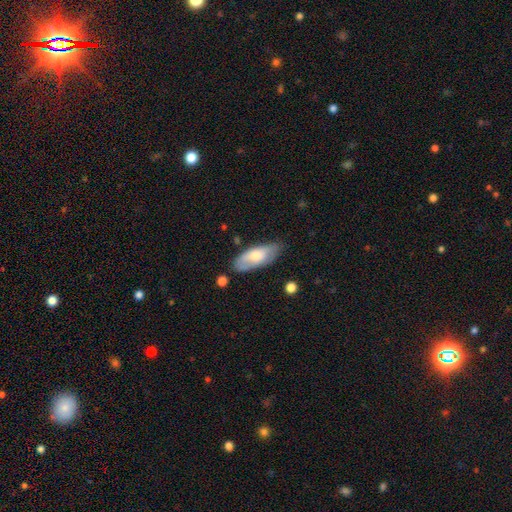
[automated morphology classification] smooth-or-featured: smooth: 65% | featured or disk: 30% | star or artifact: 6%
  how-rounded: in between: 82% | cigar-shaped: 16% | round: 2%
  merging: none: 69% | minor disturbance: 23% | major disturbance: 5% | merger: 3%